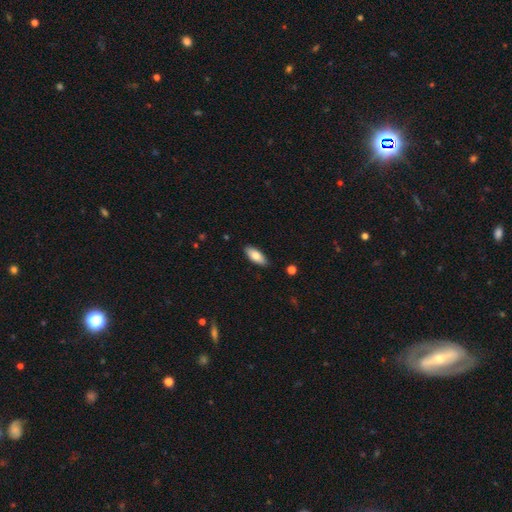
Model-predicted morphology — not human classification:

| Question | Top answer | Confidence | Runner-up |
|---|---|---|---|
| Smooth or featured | smooth | 79% | featured or disk (15%) |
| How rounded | in between | 83% | cigar-shaped (15%) |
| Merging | none | 88% | minor disturbance (9%) |